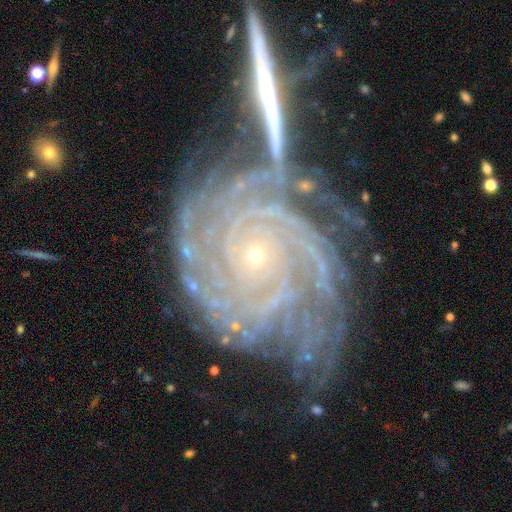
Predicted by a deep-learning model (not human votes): Q: Smooth or featured?
A: featured or disk (91%); runner-up: star or artifact (6%)
Q: Edge-on disk?
A: no (96%); runner-up: yes (4%)
Q: Bar?
A: no (78%); runner-up: weak (14%)
Q: Spiral arms?
A: yes (98%); runner-up: no (2%)
Q: Spiral winding?
A: tight (82%); runner-up: medium (15%)
Q: Spiral arm count?
A: 4 (21%); runner-up: can't tell (20%)
Q: Bulge size?
A: small (88%); runner-up: moderate (8%)
Q: Merging?
A: none (47%); runner-up: minor disturbance (21%)